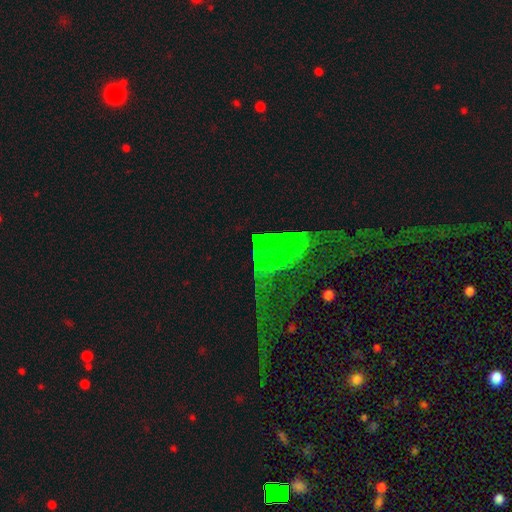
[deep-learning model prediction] Overall: star or artifact (52%; featured or disk 29%).